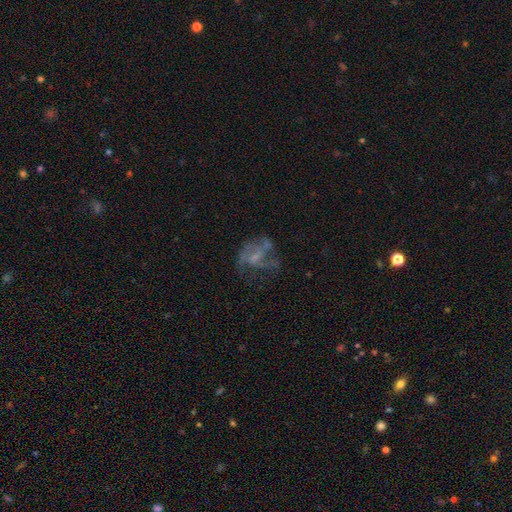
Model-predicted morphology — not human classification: This appears to be a featured or disk galaxy (65%) with no bar (55%), spiral arms (61%) and no central bulge (43%). Merging: none (43%).